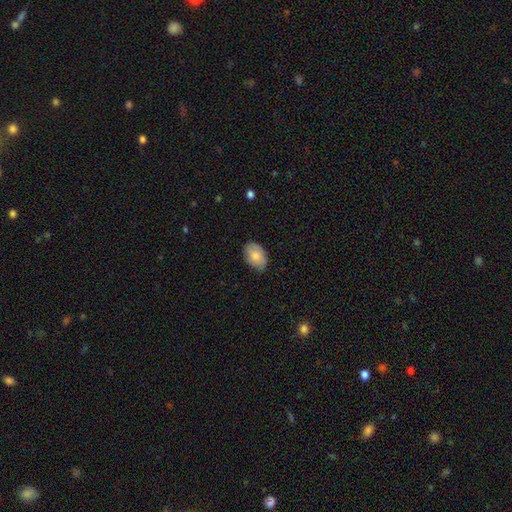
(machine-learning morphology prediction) The model was most divided on "merging": none: 72%, minor disturbance: 23%, major disturbance: 3%, merger: 1%. More confident: how rounded — in between (88%); smooth or featured — smooth (78%).